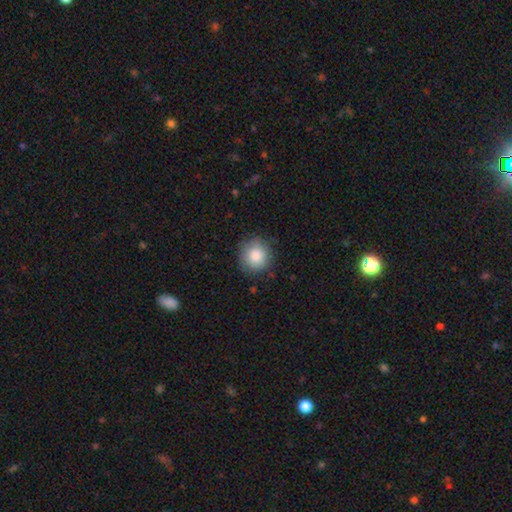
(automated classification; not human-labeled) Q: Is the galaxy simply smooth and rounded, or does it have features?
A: smooth — 86%.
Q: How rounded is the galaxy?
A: round — 93%.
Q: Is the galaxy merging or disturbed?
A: none — 86%.